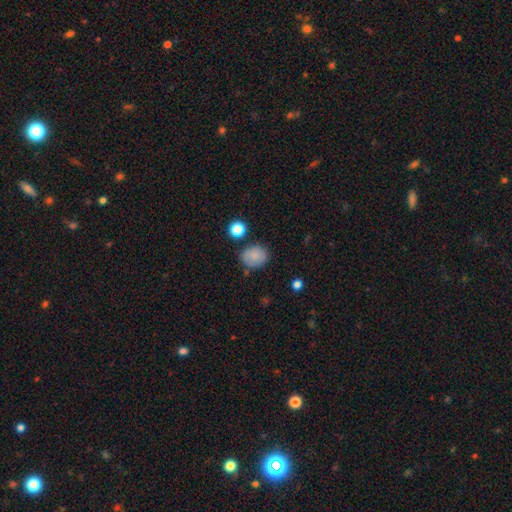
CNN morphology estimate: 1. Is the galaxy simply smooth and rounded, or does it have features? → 80% smooth, 10% featured or disk, 10% star or artifact.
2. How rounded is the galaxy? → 57% round, 43% in between, 1% cigar-shaped.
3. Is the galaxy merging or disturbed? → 76% none, 16% minor disturbance, 4% merger, 4% major disturbance.